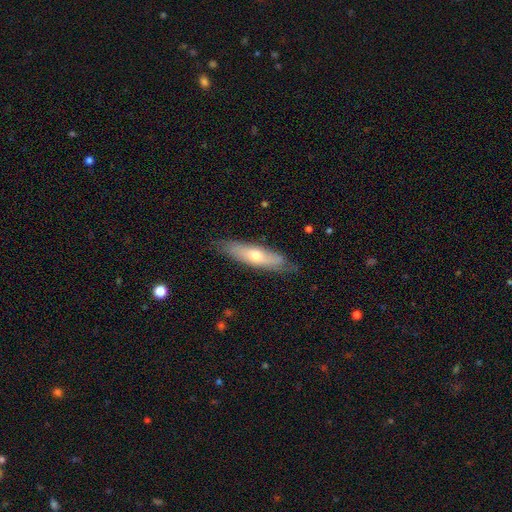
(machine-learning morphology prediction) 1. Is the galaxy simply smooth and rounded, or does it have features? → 51% smooth, 42% featured or disk, 6% star or artifact.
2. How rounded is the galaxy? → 66% cigar-shaped, 32% in between, 2% round.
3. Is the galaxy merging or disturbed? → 78% none, 17% minor disturbance, 3% major disturbance, 1% merger.